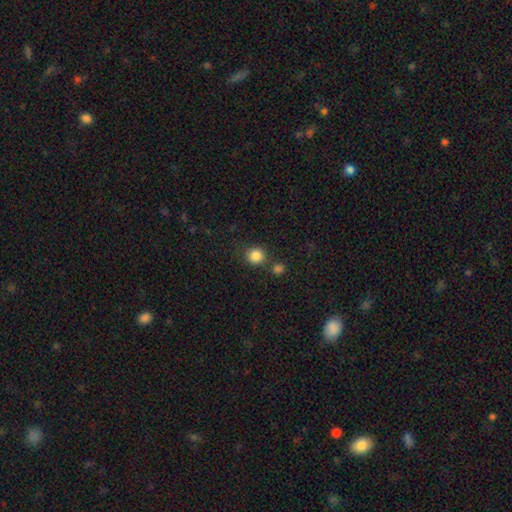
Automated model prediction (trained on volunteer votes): A smooth galaxy with no disk features (85%) that is round (90%).

Vote fractions:
- Smooth or featured? smooth: 85% / star or artifact: 11% / featured or disk: 4%
- How rounded? round: 90% / in between: 9% / cigar-shaped: 1%
- Merging? none: 78% / merger: 10% / minor disturbance: 9% / major disturbance: 3%